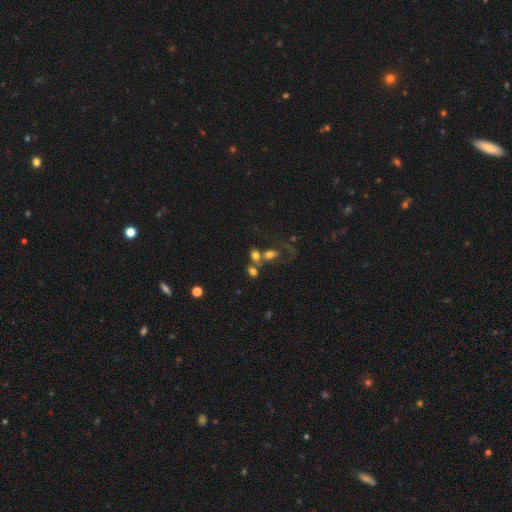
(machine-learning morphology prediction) Smooth or featured?
  - smooth: 66% *
  - featured or disk: 18%
  - star or artifact: 16%
How rounded?
  - in between: 62% *
  - round: 36%
  - cigar-shaped: 2%
Merging?
  - merger: 52% *
  - none: 28%
  - major disturbance: 11%
  - minor disturbance: 9%